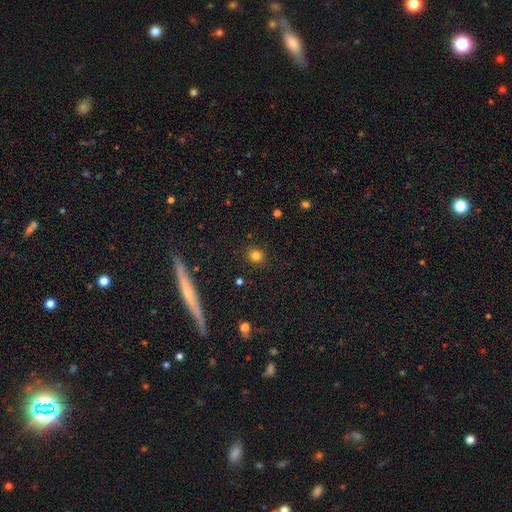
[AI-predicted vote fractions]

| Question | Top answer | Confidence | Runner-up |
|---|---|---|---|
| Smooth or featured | smooth | 80% | star or artifact (13%) |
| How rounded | round | 88% | in between (11%) |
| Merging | none | 90% | minor disturbance (7%) |